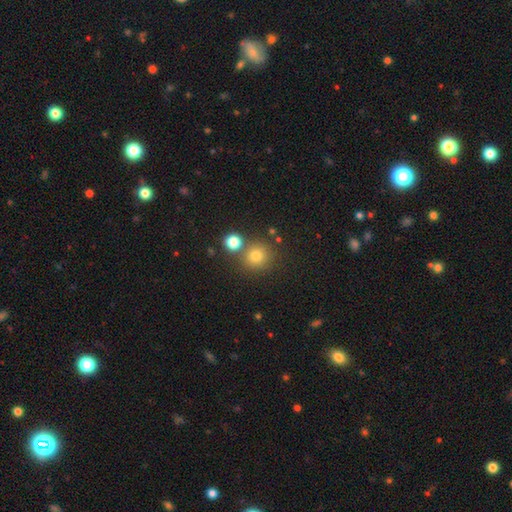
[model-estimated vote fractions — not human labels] A smooth galaxy with no disk features (76%) that is round (91%). Merging: none (74%).